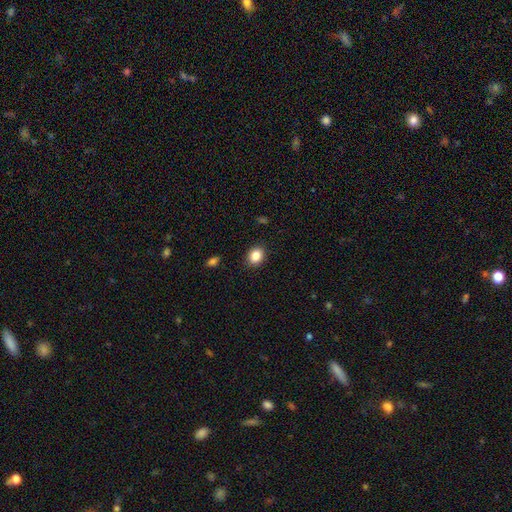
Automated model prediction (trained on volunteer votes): Smooth or featured? smooth (86%)
How rounded? round (54%)
Merging? none (90%)